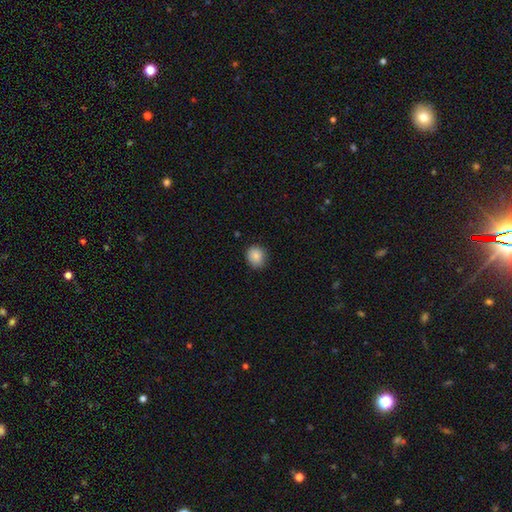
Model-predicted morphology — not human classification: This appears to be a smooth galaxy with no disk features (87%) that is round (81%). Merging: none (84%).